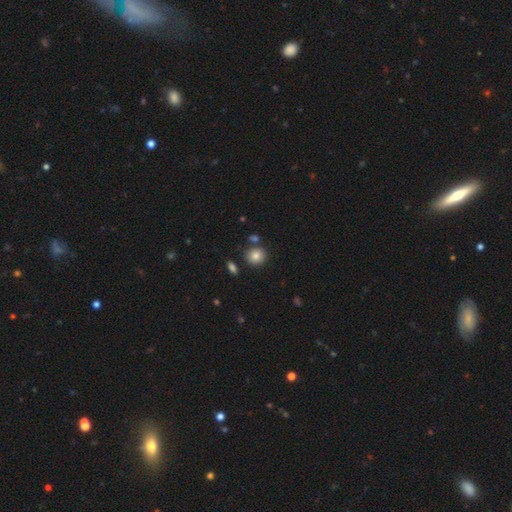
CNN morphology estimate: Smooth or featured? Predicted: smooth (p=0.82). How rounded? Predicted: round (p=0.83). Merging? Predicted: none (p=0.79).